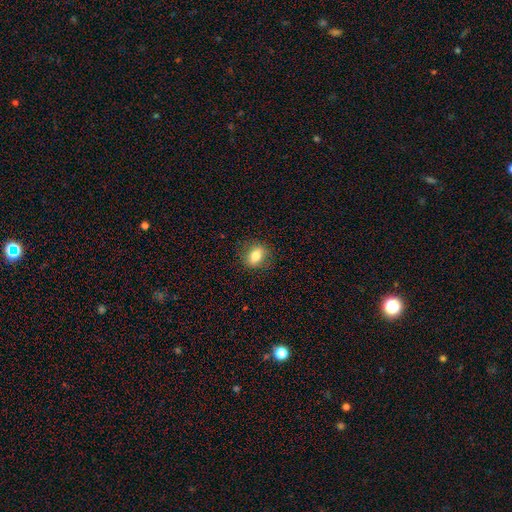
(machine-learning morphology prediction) Smooth or featured? Predicted: smooth (p=0.73). How rounded? Predicted: in between (p=0.59). Merging? Predicted: none (p=0.84).